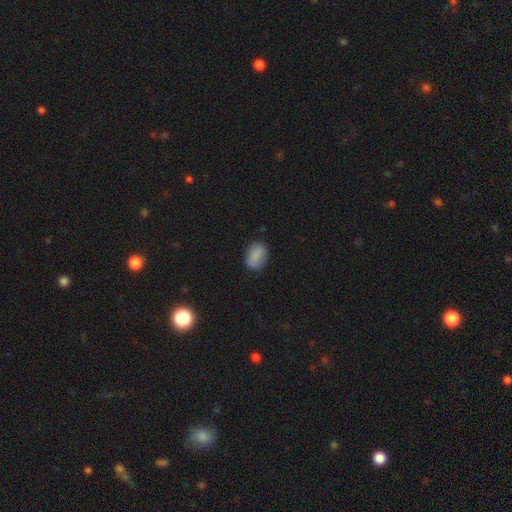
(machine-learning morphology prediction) Overall: smooth (85%). How rounded: in between (79%). Merging: none (79%).